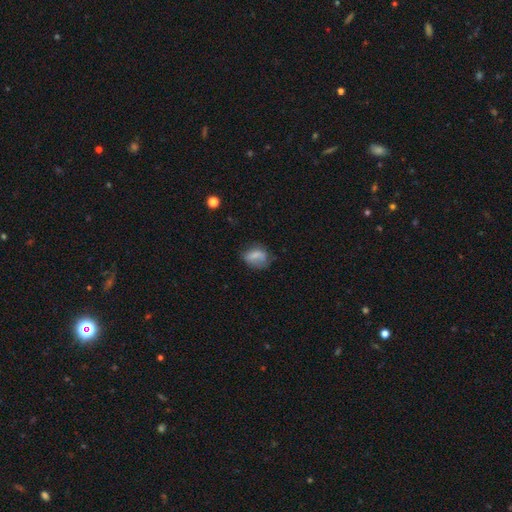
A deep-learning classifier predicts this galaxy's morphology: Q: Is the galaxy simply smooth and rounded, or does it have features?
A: smooth — 70%.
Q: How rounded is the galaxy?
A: in between — 65%.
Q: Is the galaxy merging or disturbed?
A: none — 49%.